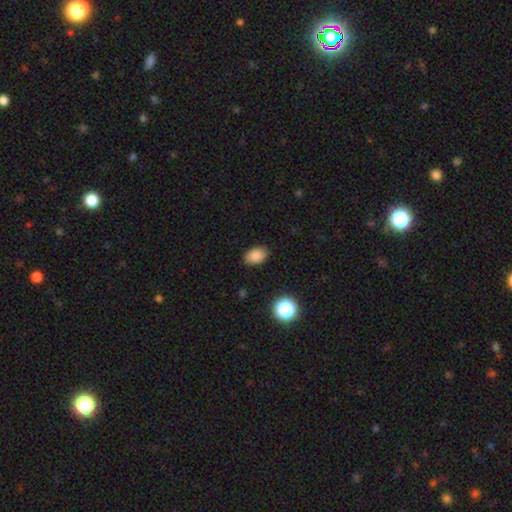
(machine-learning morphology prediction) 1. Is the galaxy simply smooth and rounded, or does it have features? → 86% smooth, 10% star or artifact, 4% featured or disk.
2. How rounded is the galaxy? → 80% in between, 18% round, 1% cigar-shaped.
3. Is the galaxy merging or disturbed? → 86% none, 10% minor disturbance, 3% major disturbance, 1% merger.